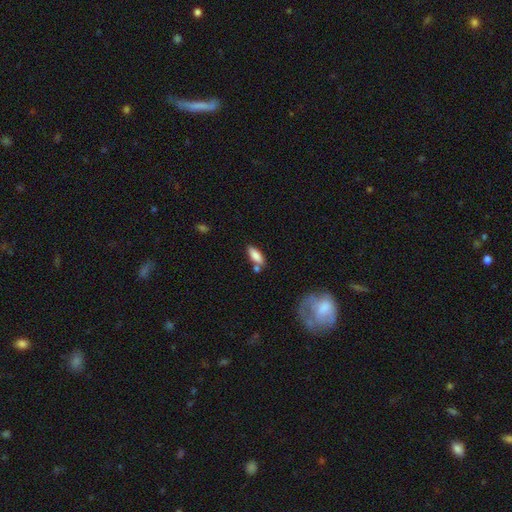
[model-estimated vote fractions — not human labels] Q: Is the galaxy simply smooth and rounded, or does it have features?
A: smooth — 82%.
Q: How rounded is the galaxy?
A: in between — 70%.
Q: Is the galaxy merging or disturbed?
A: none — 66%.